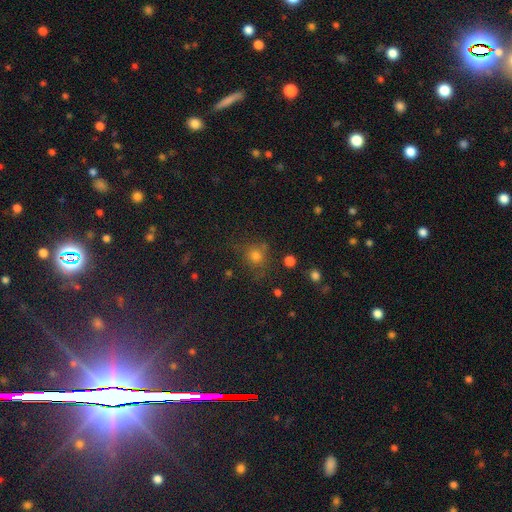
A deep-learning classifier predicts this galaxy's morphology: This appears to be a smooth galaxy with no disk features (67%) that is round (86%). Merging: none (72%).